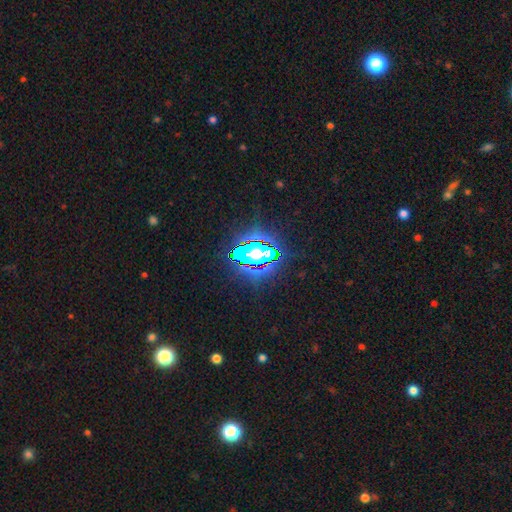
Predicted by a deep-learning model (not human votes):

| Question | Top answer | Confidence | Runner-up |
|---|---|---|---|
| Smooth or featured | star or artifact | 78% | smooth (12%) |